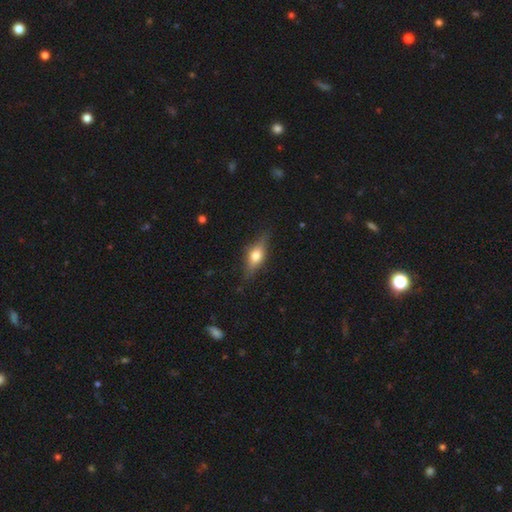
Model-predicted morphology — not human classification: type=featured or disk (48%); merging=none (81%).